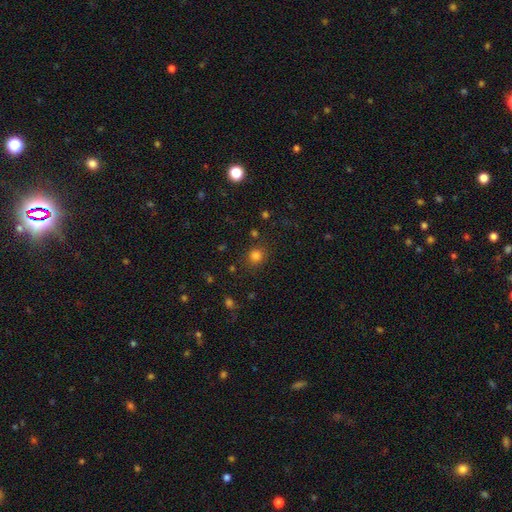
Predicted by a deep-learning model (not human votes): smooth-or-featured: smooth: 80% | star or artifact: 15% | featured or disk: 5%
  how-rounded: round: 84% | in between: 15% | cigar-shaped: 1%
  merging: none: 83% | minor disturbance: 10% | major disturbance: 4% | merger: 3%